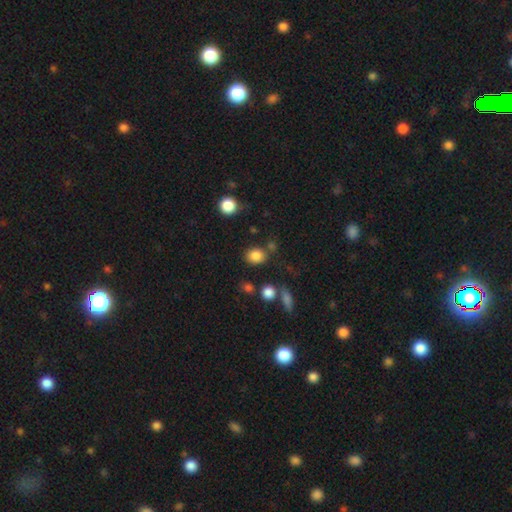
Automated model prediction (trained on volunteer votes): Smooth or featured? smooth (84%)
How rounded? round (56%)
Merging? none (75%)